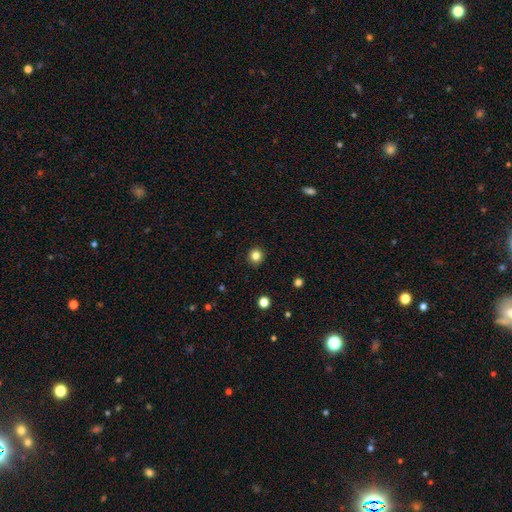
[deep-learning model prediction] The model was most divided on "smooth or featured": smooth: 83%, star or artifact: 12%, featured or disk: 5%. More confident: how rounded — round (94%); merging — none (93%).